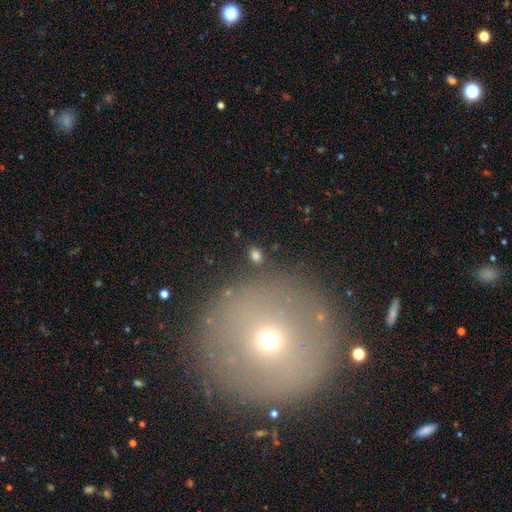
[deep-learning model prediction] Smooth or featured: smooth — 78% (star or artifact — 15%)
How rounded: in between — 62% (round — 35%)
Merging: none — 83% (minor disturbance — 9%)